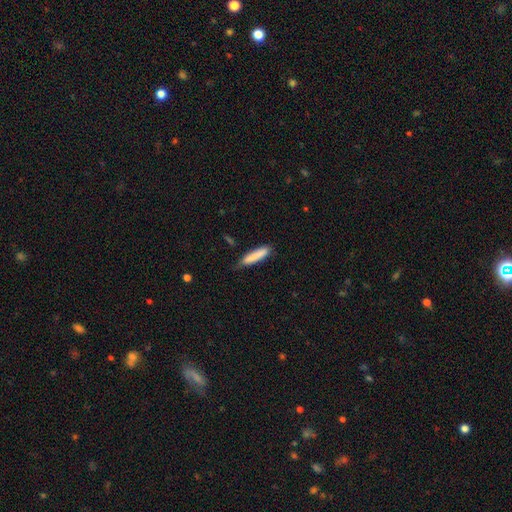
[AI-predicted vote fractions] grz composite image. It shows a smooth galaxy with no disk features (84%) that is cigar-shaped (82%). Merging: none (69%).